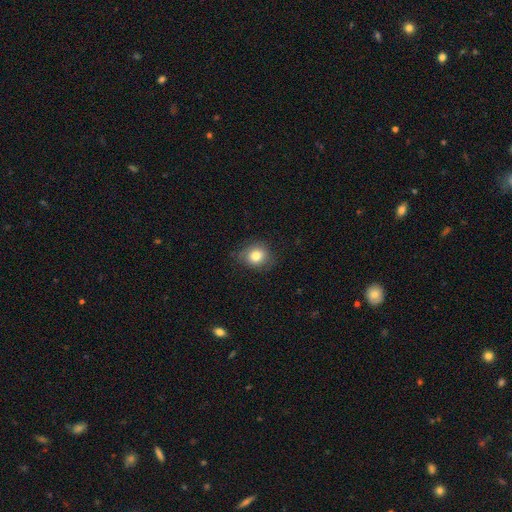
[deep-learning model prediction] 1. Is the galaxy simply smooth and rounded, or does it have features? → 80% smooth, 10% featured or disk, 10% star or artifact.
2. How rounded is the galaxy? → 71% round, 28% in between, 1% cigar-shaped.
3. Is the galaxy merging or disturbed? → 76% none, 18% minor disturbance, 4% major disturbance, 1% merger.